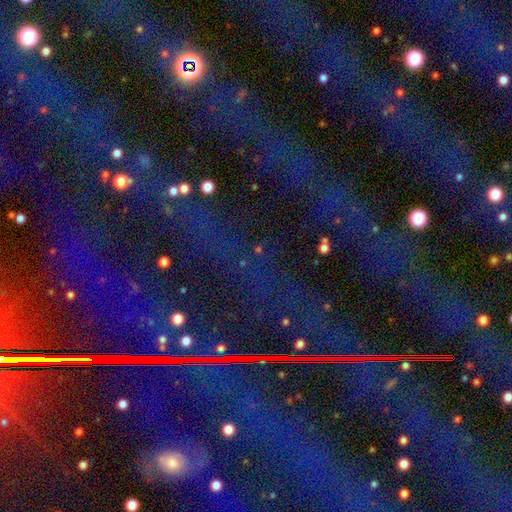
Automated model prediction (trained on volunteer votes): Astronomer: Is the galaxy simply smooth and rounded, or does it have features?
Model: star or artifact — 85%.